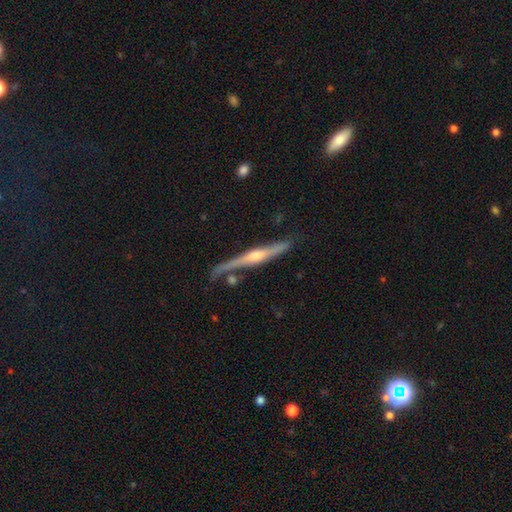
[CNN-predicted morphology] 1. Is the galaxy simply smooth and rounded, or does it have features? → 81% featured or disk, 13% smooth, 6% star or artifact.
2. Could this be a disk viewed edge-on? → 96% yes, 4% no.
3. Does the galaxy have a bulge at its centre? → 85% rounded, 9% none, 6% boxy.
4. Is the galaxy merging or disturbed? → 74% none, 18% minor disturbance, 4% merger, 4% major disturbance.